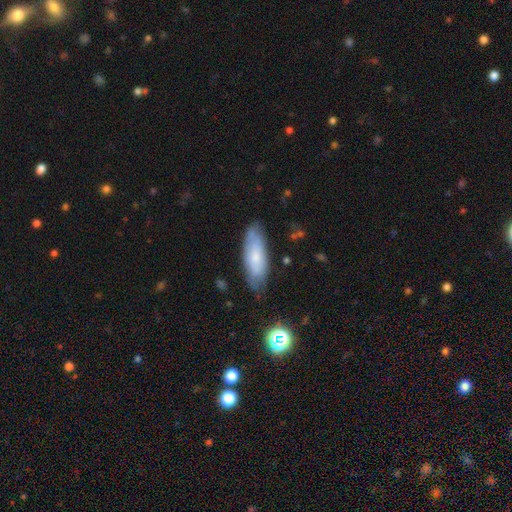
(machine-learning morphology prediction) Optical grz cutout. It shows a smooth galaxy with no disk features (65%) that is in between round and cigar-shaped (64%). Merging: none (72%).